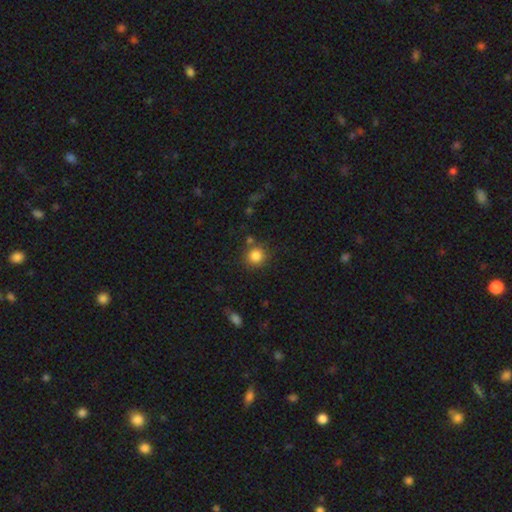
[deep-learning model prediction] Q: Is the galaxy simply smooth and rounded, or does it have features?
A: smooth — 84%.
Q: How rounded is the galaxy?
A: round — 91%.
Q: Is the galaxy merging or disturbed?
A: none — 80%.